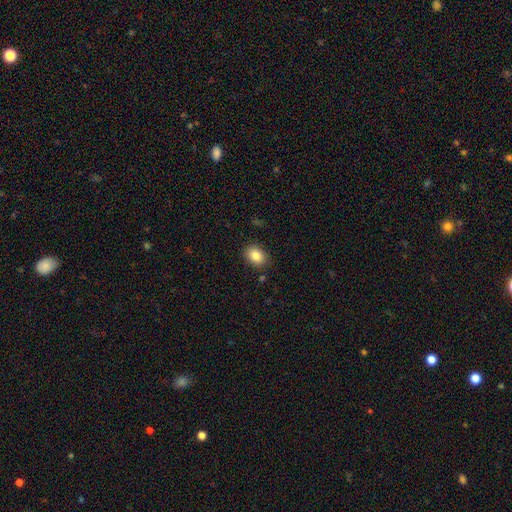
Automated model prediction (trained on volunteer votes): A smooth galaxy with no disk features (84%) that is in between round and cigar-shaped (66%).

Vote fractions:
- Smooth or featured? smooth: 84% / star or artifact: 9% / featured or disk: 7%
- How rounded? in between: 66% / round: 33% / cigar-shaped: 1%
- Merging? none: 86% / minor disturbance: 10% / major disturbance: 2% / merger: 2%